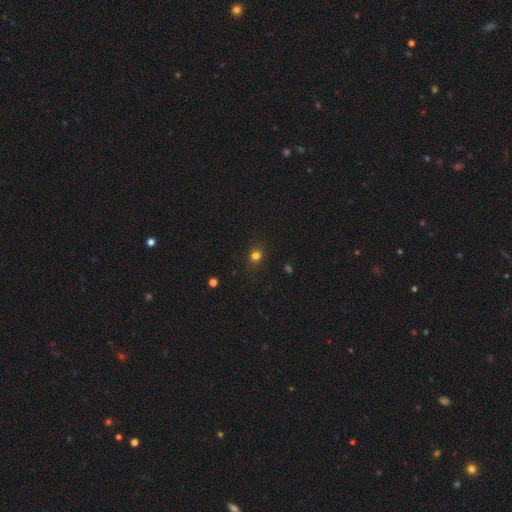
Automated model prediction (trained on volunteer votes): The model was most divided on "how rounded": round: 77%, in between: 22%, cigar-shaped: 1%. More confident: merging — none (88%); smooth or featured — smooth (78%).